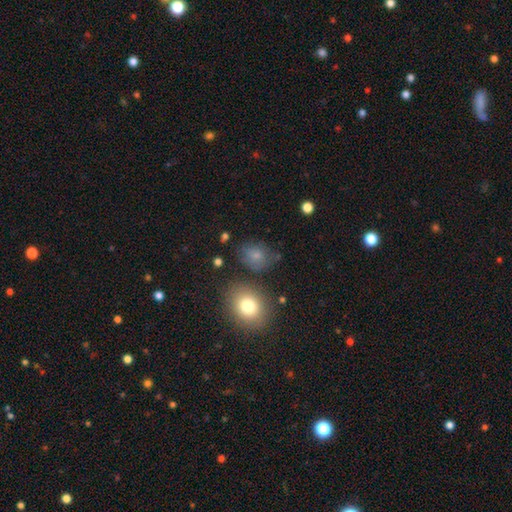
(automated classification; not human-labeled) The model was most divided on "how rounded" (2-way tie): round: 49%, in between: 49%, cigar-shaped: 1%. More confident: smooth or featured — smooth (71%); merging — none (66%).